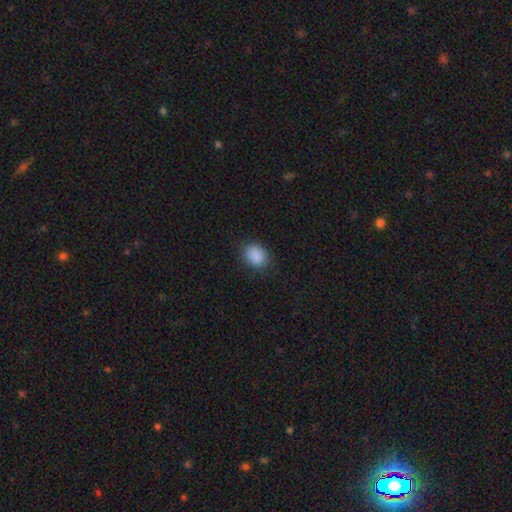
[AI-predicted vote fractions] Smooth or featured?
  - smooth: 88% *
  - star or artifact: 9%
  - featured or disk: 3%
How rounded?
  - in between: 59% *
  - round: 40%
  - cigar-shaped: 1%
Merging?
  - none: 82% *
  - minor disturbance: 13%
  - major disturbance: 4%
  - merger: 1%